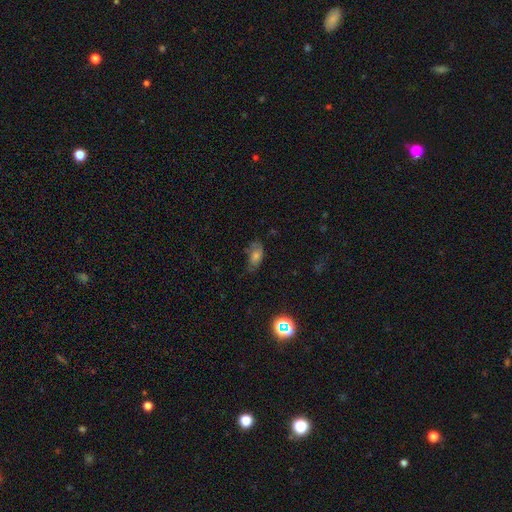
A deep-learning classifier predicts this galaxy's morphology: type=smooth (56%); roundness=in between (85%); merging=none (54%).